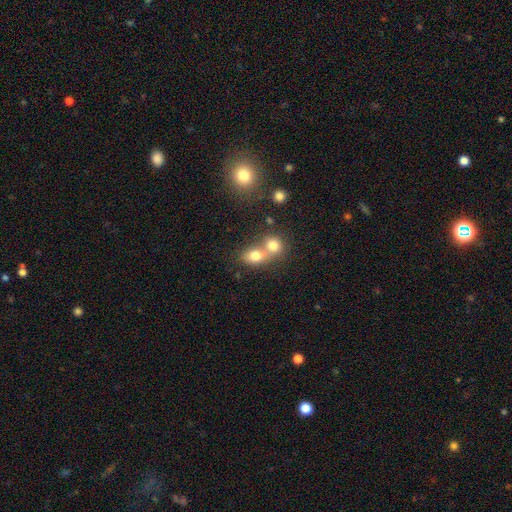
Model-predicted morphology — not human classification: smooth_or_featured: smooth (p=0.76) [alt: featured or disk p=0.14]
how_rounded: in between (p=0.52) [alt: round p=0.46]
merging: merger (p=0.65) [alt: none p=0.26]